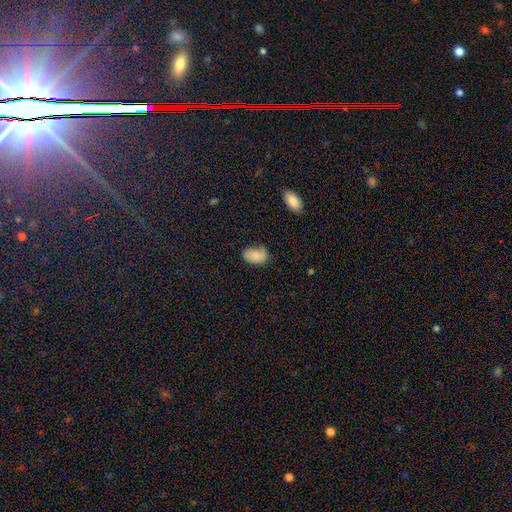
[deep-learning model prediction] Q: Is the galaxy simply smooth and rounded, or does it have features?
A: smooth — 82%.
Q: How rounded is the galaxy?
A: in between — 89%.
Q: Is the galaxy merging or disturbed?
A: none — 60%.